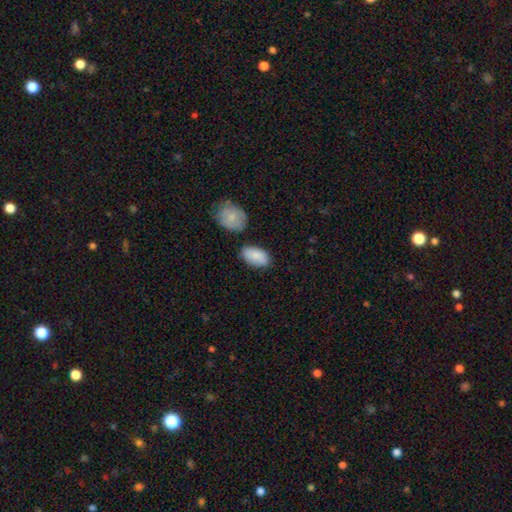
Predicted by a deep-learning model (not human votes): Smooth or featured?
  - smooth: 85% *
  - featured or disk: 9%
  - star or artifact: 6%
How rounded?
  - in between: 94% *
  - round: 4%
  - cigar-shaped: 2%
Merging?
  - none: 70% *
  - minor disturbance: 17%
  - merger: 9%
  - major disturbance: 4%